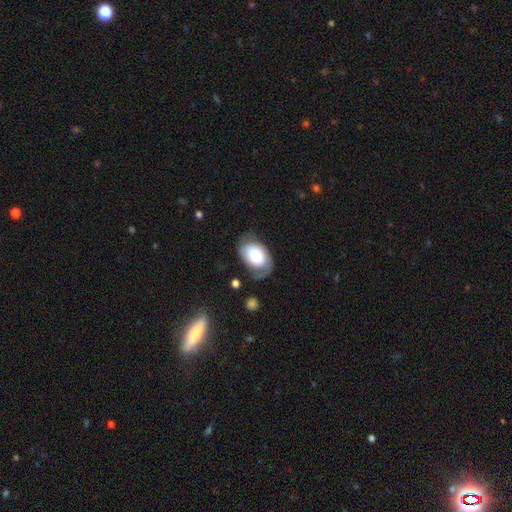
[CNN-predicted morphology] smooth-or-featured: smooth: 50% | featured or disk: 42% | star or artifact: 7%
  how-rounded: in between: 86% | round: 13% | cigar-shaped: 1%
  merging: none: 54% | minor disturbance: 27% | major disturbance: 16% | merger: 3%